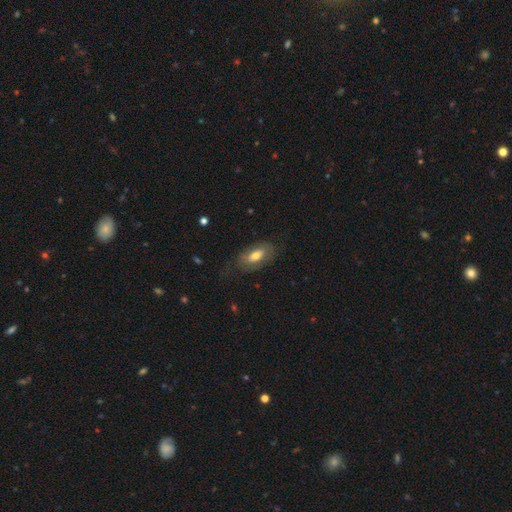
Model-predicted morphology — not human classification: smooth-or-featured: smooth: 61% | featured or disk: 32% | star or artifact: 7%
  how-rounded: in between: 87% | cigar-shaped: 9% | round: 4%
  merging: none: 69% | minor disturbance: 20% | major disturbance: 9% | merger: 1%